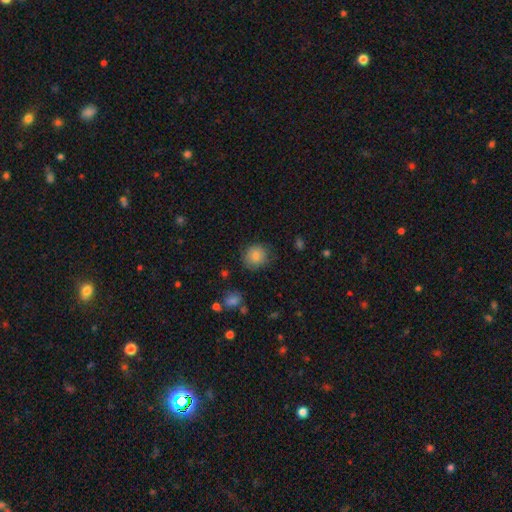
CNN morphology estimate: The model was most divided on "merging": none: 81%, minor disturbance: 14%, major disturbance: 4%, merger: 1%. More confident: how rounded — round (86%); smooth or featured — smooth (84%).